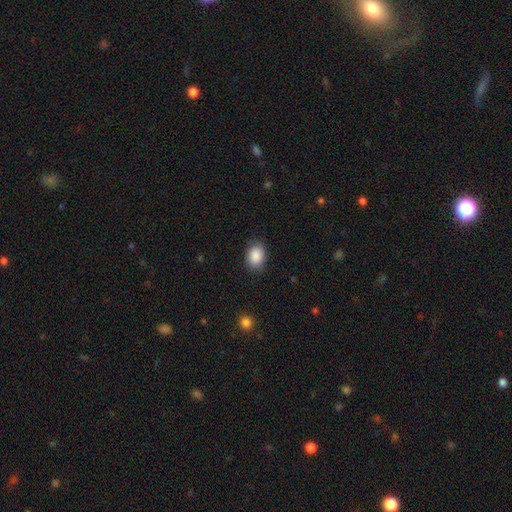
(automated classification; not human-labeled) A smooth galaxy with no disk features (88%) that is in between round and cigar-shaped (70%).

Vote fractions:
- Smooth or featured? smooth: 88% / star or artifact: 7% / featured or disk: 4%
- How rounded? in between: 70% / round: 29% / cigar-shaped: 1%
- Merging? none: 82% / minor disturbance: 14% / major disturbance: 3% / merger: 1%